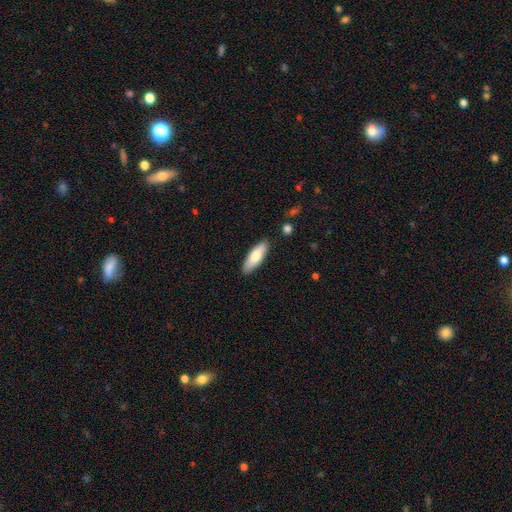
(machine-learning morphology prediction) This appears to be a smooth galaxy with no disk features (74%) that is in between round and cigar-shaped (58%). Merging: none (87%).